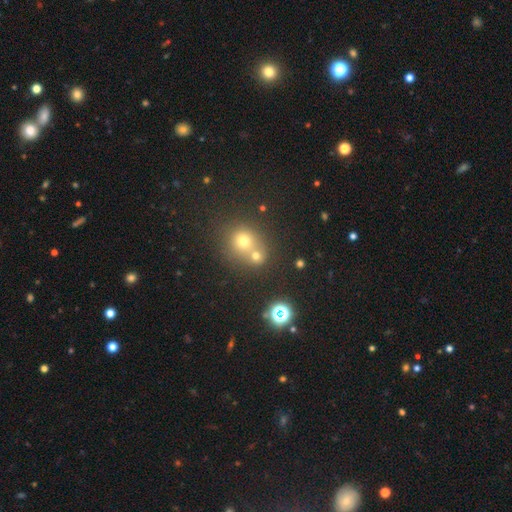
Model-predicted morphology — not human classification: smooth_or_featured: smooth (p=0.65) [alt: star or artifact p=0.22]
how_rounded: round (p=0.81) [alt: in between p=0.18]
merging: merger (p=0.49) [alt: none p=0.41]